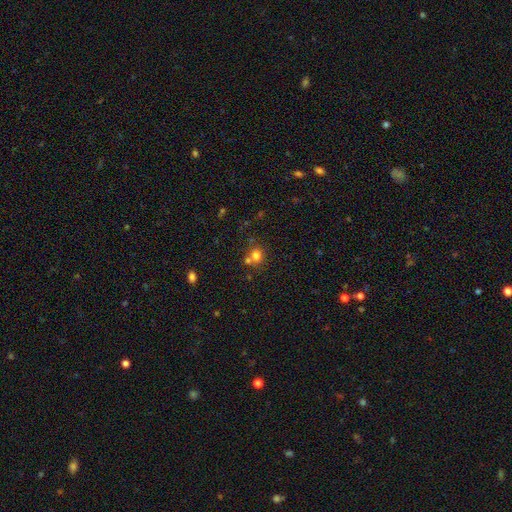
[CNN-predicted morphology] This is likely a smooth galaxy (74%). How rounded: clearly round (82%). Merging: possibly none (60%).